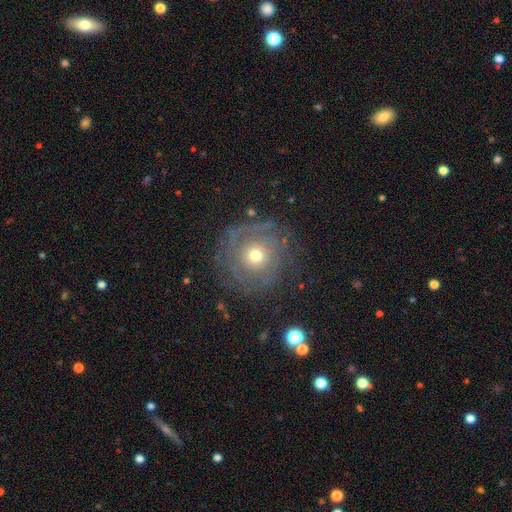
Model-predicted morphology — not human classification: featured or disk 58%, smooth 31%, star or artifact 11%. Down the decision tree: edge-on disk — no (96%); bar — no (88%); spiral arms — yes (61%); bulge size — moderate (57%); merging — none (73%).